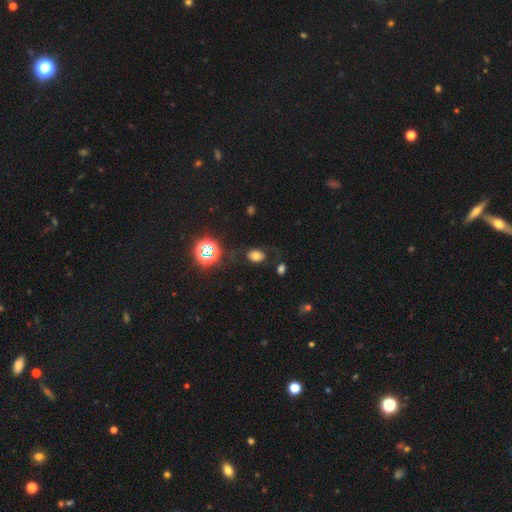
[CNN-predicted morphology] type=smooth (65%); roundness=in between (75%); merging=none (71%).